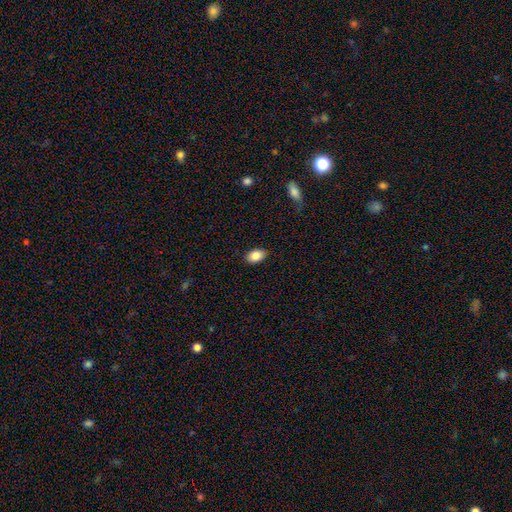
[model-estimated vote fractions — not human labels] A smooth galaxy with no disk features (86%) that is in between round and cigar-shaped (89%).

Vote fractions:
- Smooth or featured? smooth: 86% / star or artifact: 8% / featured or disk: 6%
- How rounded? in between: 89% / round: 10% / cigar-shaped: 1%
- Merging? none: 86% / minor disturbance: 11% / major disturbance: 2% / merger: 1%